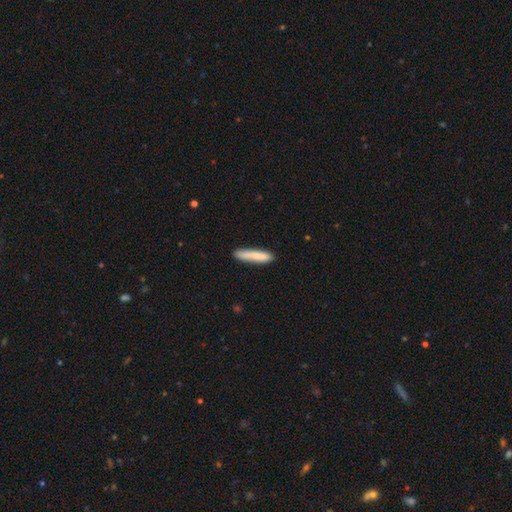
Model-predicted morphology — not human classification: Overall: smooth (80%). How rounded: cigar-shaped (89%). Merging: none (83%).